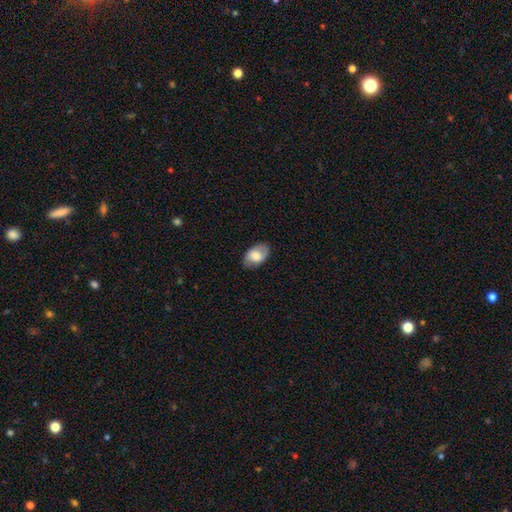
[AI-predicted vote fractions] The model was most divided on "smooth or featured": smooth: 69%, featured or disk: 24%, star or artifact: 7%. More confident: how rounded — in between (91%); merging — none (83%).